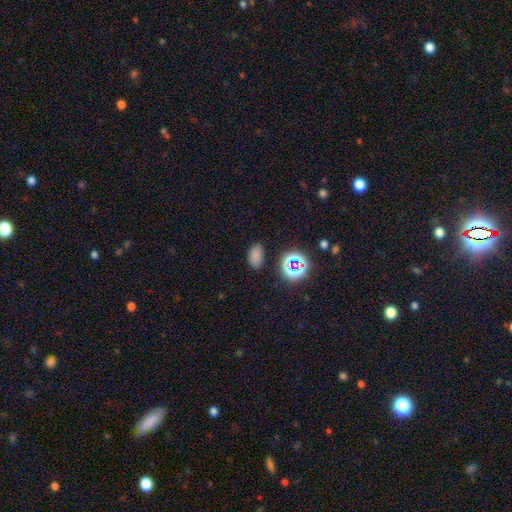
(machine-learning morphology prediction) A smooth galaxy with no disk features (72%) that is in between round and cigar-shaped (89%).

Vote fractions:
- Smooth or featured? smooth: 72% / star or artifact: 22% / featured or disk: 6%
- How rounded? in between: 89% / round: 9% / cigar-shaped: 2%
- Merging? none: 80% / minor disturbance: 14% / major disturbance: 4% / merger: 3%